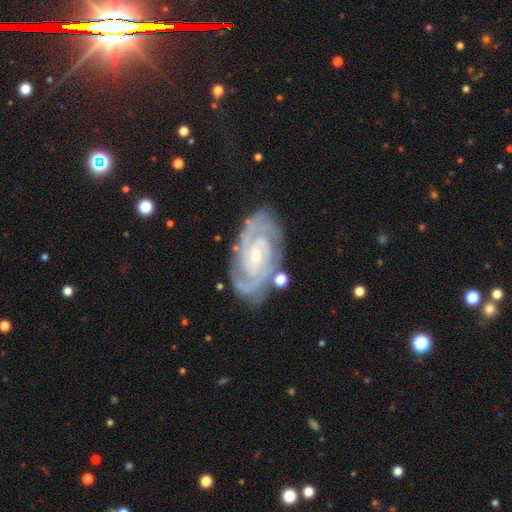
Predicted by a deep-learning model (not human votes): Smooth or featured? Predicted: featured or disk (p=0.91). Edge-on disk? Predicted: no (p=0.96). Bar? Predicted: no (p=0.44). Spiral arms? Predicted: yes (p=0.98). Spiral winding? Predicted: tight (p=0.72). Spiral arm count? Predicted: 2 (p=0.64). Bulge size? Predicted: small (p=0.69). Merging? Predicted: none (p=0.79).